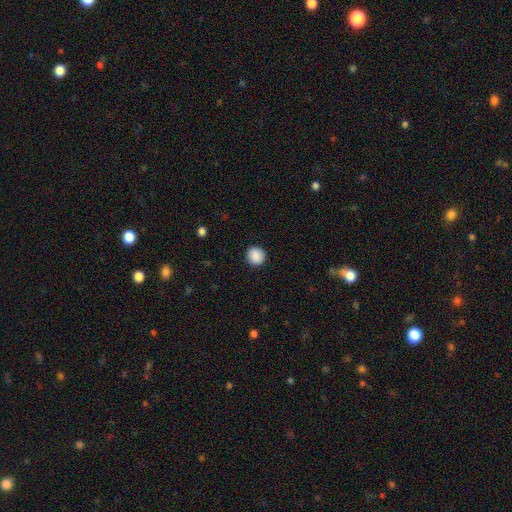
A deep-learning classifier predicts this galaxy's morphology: Smooth or featured? smooth (89%)
How rounded? round (91%)
Merging? none (91%)